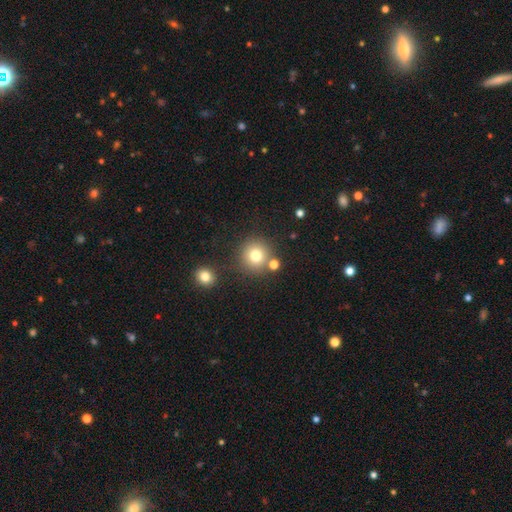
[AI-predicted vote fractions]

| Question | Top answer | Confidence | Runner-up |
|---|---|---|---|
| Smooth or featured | smooth | 77% | star or artifact (14%) |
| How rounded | round | 93% | in between (6%) |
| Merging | none | 78% | merger (11%) |